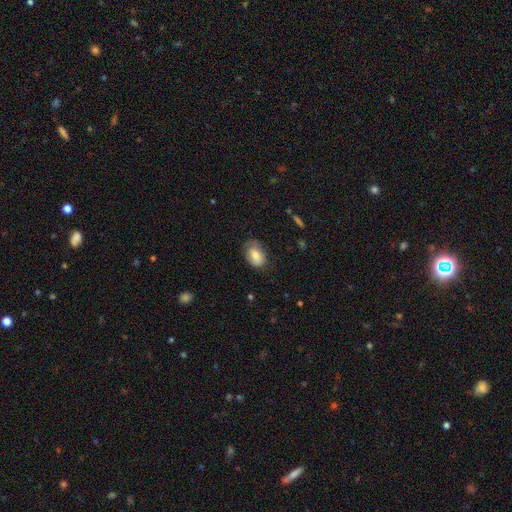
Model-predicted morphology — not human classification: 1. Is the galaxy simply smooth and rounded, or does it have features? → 77% smooth, 16% featured or disk, 8% star or artifact.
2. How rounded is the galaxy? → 80% in between, 19% round, 1% cigar-shaped.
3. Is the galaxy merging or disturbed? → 65% none, 27% minor disturbance, 7% major disturbance, 1% merger.